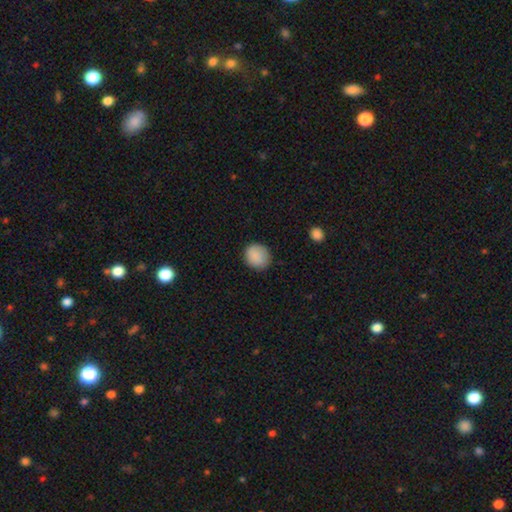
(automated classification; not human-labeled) Overall: smooth (88%). How rounded: round (82%). Merging: none (86%).